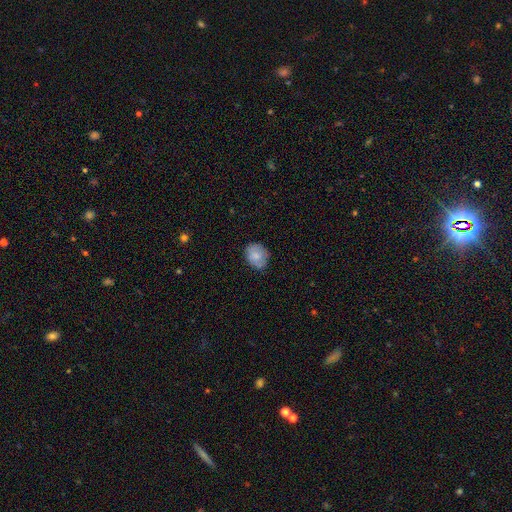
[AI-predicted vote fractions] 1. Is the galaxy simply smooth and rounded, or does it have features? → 77% smooth, 16% featured or disk, 7% star or artifact.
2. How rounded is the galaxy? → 52% in between, 47% round, 1% cigar-shaped.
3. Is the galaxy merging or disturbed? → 73% none, 21% minor disturbance, 4% major disturbance, 1% merger.